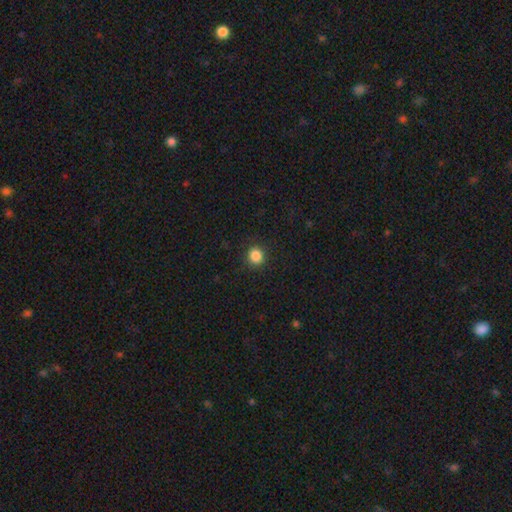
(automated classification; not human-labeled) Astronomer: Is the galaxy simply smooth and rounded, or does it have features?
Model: smooth — 86%.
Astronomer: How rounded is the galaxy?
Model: round — 90%.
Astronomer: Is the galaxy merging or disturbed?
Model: none — 91%.